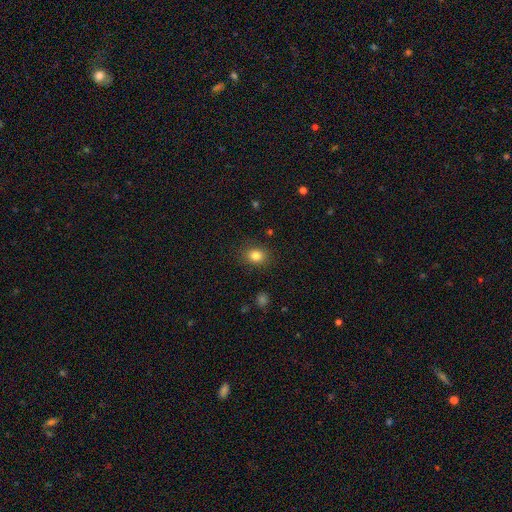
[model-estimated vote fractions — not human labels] The model was most divided on "how rounded": round: 55%, in between: 44%, cigar-shaped: 1%. More confident: merging — none (87%); smooth or featured — smooth (83%).